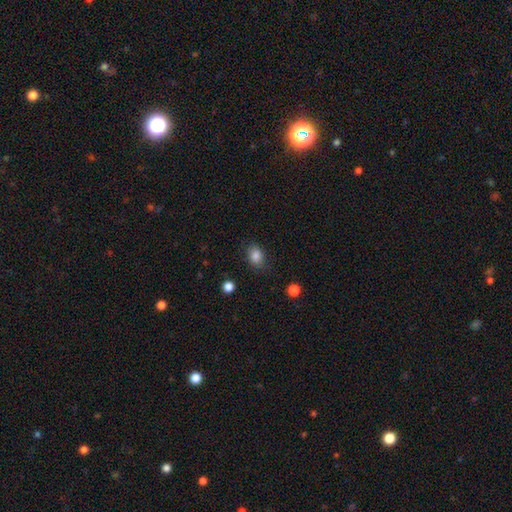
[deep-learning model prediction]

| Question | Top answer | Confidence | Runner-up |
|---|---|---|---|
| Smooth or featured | smooth | 85% | star or artifact (10%) |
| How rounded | in between | 68% | round (30%) |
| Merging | none | 82% | minor disturbance (13%) |